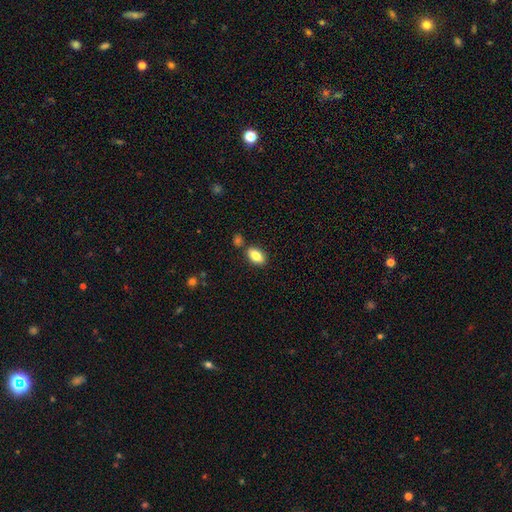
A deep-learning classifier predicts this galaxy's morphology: type=smooth (83%); roundness=in between (91%); merging=none (79%).